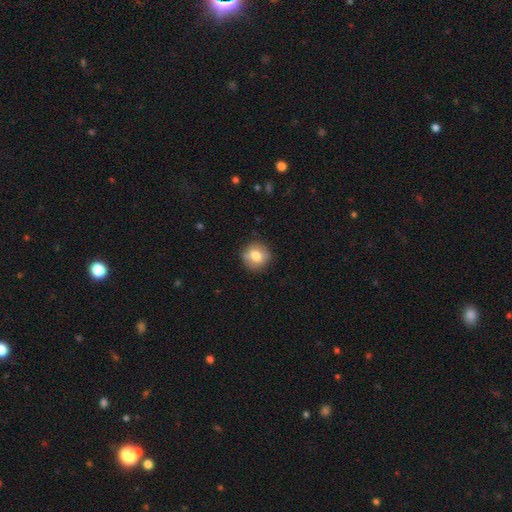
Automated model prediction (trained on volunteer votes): Morphology: type=smooth (75%); roundness=round (90%); merging=none (86%).